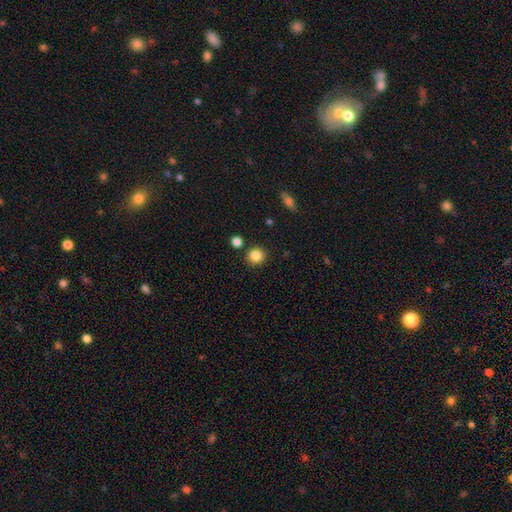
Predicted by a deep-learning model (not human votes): Overall: smooth (85%). How rounded: round (91%). Merging: none (87%).